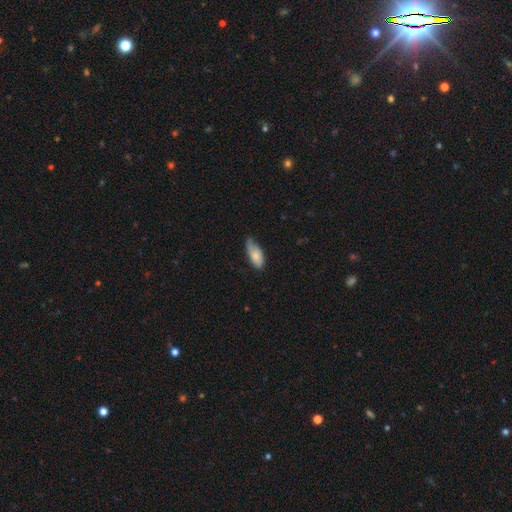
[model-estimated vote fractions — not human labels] Smooth or featured: smooth — 78% (featured or disk — 16%)
How rounded: in between — 86% (cigar-shaped — 12%)
Merging: none — 46% (minor disturbance — 44%)